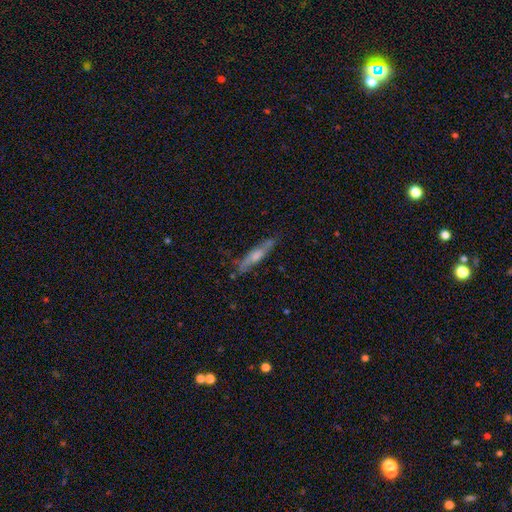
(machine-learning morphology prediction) Smooth or featured? Predicted: featured or disk (p=0.50). Merging? Predicted: none (p=0.73).